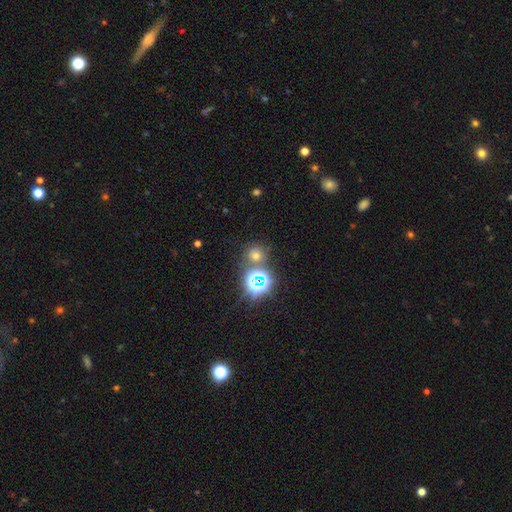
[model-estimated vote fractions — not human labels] Smooth or featured? smooth (54%)
How rounded? round (87%)
Merging? none (72%)